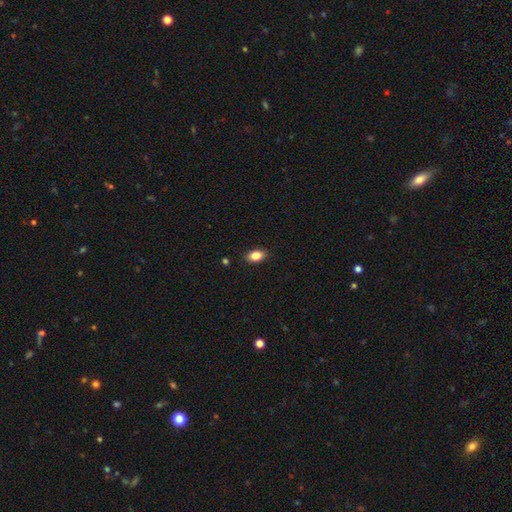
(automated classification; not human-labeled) smooth-or-featured: smooth: 85% | star or artifact: 8% | featured or disk: 6%
  how-rounded: in between: 89% | round: 9% | cigar-shaped: 2%
  merging: none: 88% | minor disturbance: 9% | major disturbance: 2% | merger: 1%